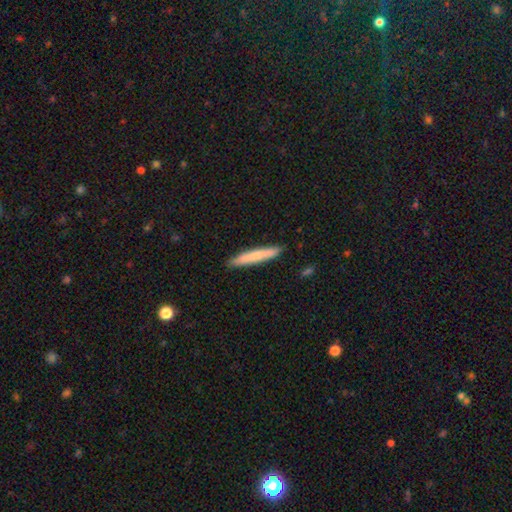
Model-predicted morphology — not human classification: smooth_or_featured: smooth (p=0.75) [alt: featured or disk p=0.19]
how_rounded: cigar-shaped (p=0.95) [alt: in between p=0.04]
merging: none (p=0.90) [alt: minor disturbance p=0.08]